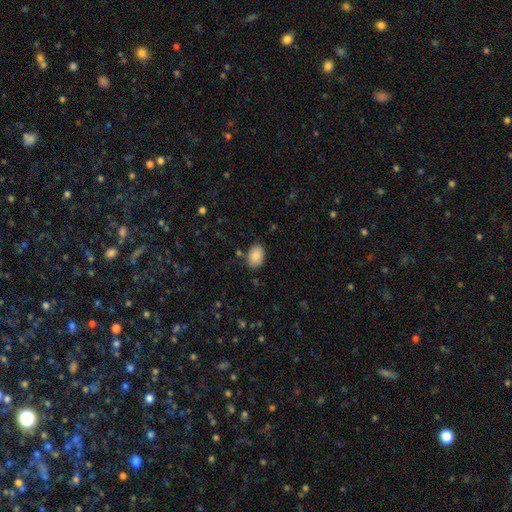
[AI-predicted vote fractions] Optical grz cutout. It shows a smooth galaxy with no disk features (87%) that is in between round and cigar-shaped (85%). Merging: none (81%).